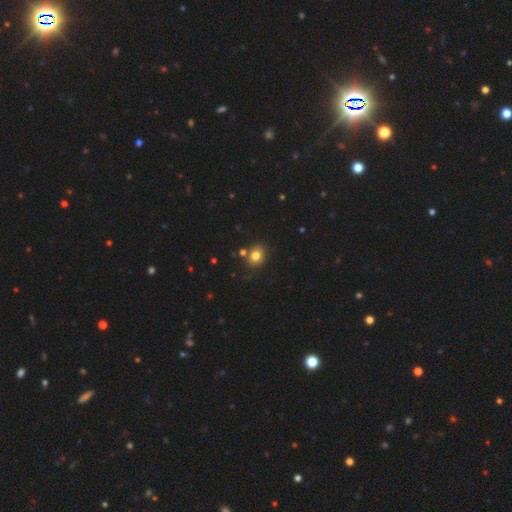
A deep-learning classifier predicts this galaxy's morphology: Smooth or featured: smooth — 80% (star or artifact — 12%)
How rounded: round — 53% (in between — 46%)
Merging: none — 77% (minor disturbance — 12%)